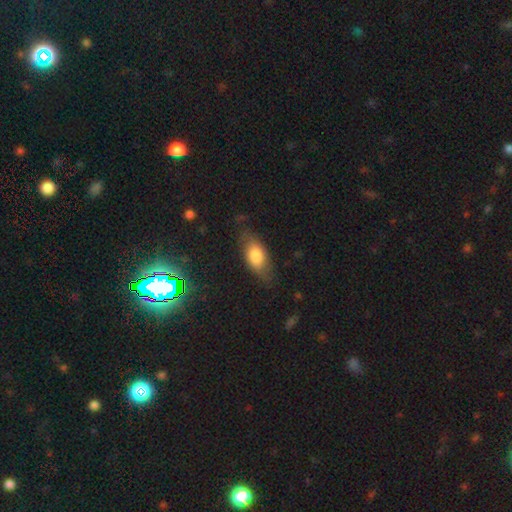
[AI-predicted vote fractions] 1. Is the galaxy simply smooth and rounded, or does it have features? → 73% smooth, 20% featured or disk, 7% star or artifact.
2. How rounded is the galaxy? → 86% in between, 9% cigar-shaped, 5% round.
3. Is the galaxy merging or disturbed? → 69% none, 22% minor disturbance, 7% major disturbance, 2% merger.